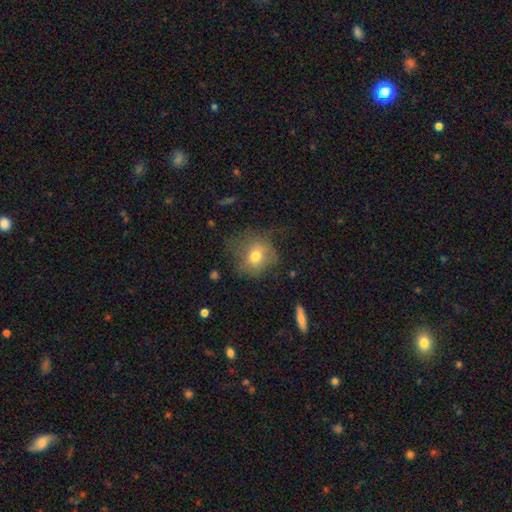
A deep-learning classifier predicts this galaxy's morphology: smooth 68%, featured or disk 20%, star or artifact 12%. Down the decision tree: how rounded — round (75%); merging — none (49%).